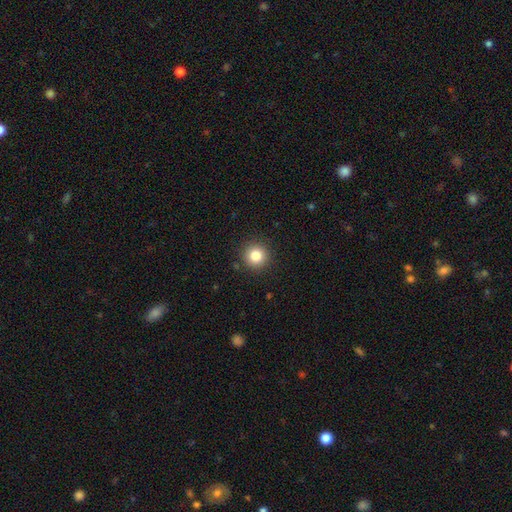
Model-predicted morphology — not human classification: This appears to be a smooth galaxy with no disk features (83%) that is round (95%). Merging: none (91%).